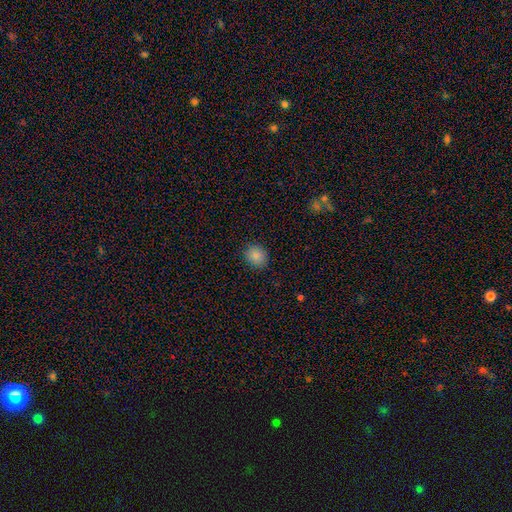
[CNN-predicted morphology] smooth 84%, star or artifact 10%, featured or disk 5%. Down the decision tree: how rounded — round (76%); merging — none (88%).